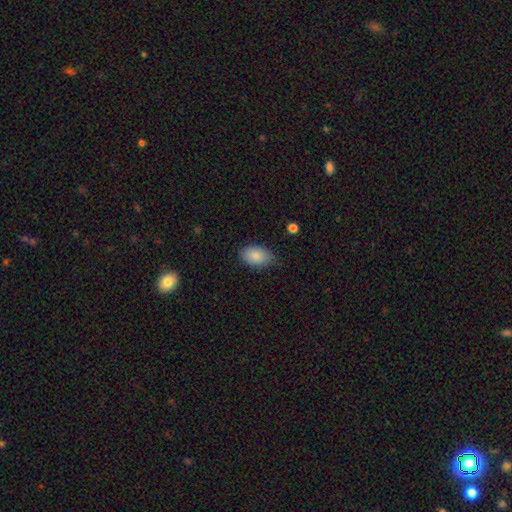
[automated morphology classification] Smooth or featured? smooth (86%)
How rounded? in between (91%)
Merging? none (74%)